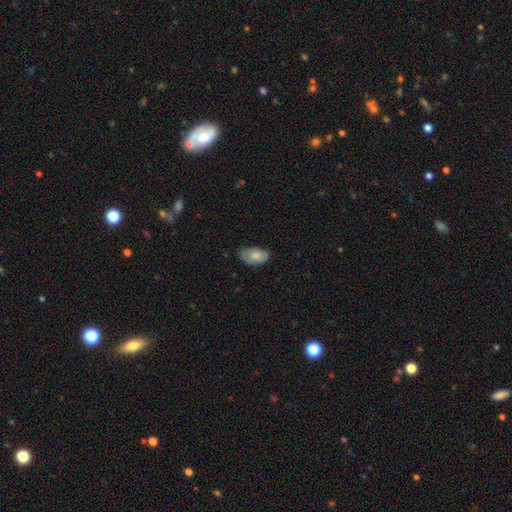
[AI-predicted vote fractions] smooth_or_featured: smooth (p=0.77) [alt: featured or disk p=0.16]
how_rounded: in between (p=0.94) [alt: round p=0.05]
merging: none (p=0.65) [alt: minor disturbance p=0.28]